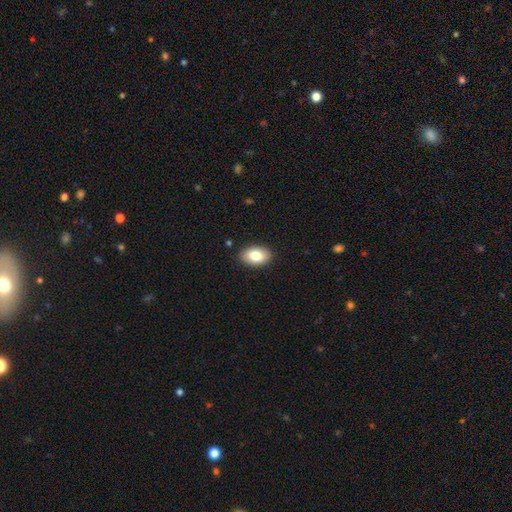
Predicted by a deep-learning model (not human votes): Smooth or featured: smooth — 82% (featured or disk — 11%)
How rounded: in between — 91% (round — 8%)
Merging: none — 89% (minor disturbance — 8%)